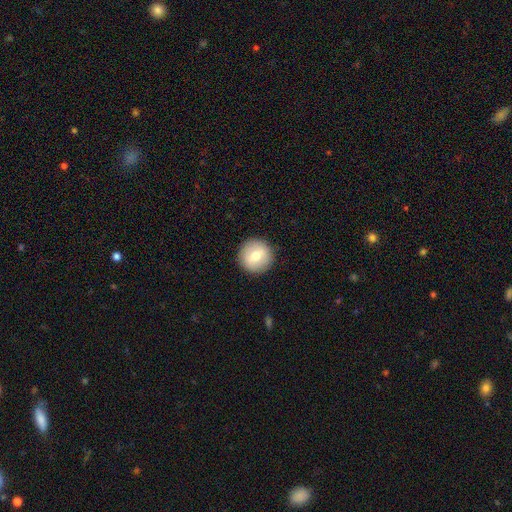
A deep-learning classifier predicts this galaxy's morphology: Q: Smooth or featured?
A: smooth (67%); runner-up: featured or disk (25%)
Q: How rounded?
A: round (94%); runner-up: in between (5%)
Q: Merging?
A: none (91%); runner-up: minor disturbance (6%)